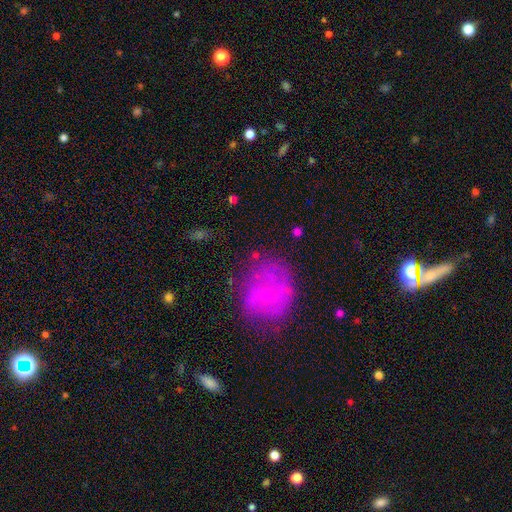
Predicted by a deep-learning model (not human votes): Smooth or featured: smooth — 47% (featured or disk — 35%)
Merging: none — 66% (minor disturbance — 16%)